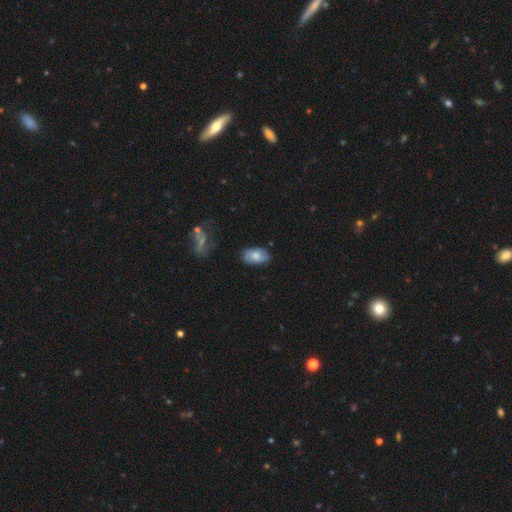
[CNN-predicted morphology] Smooth or featured: smooth — 73% (featured or disk — 19%)
How rounded: in between — 93% (round — 5%)
Merging: none — 77% (minor disturbance — 18%)